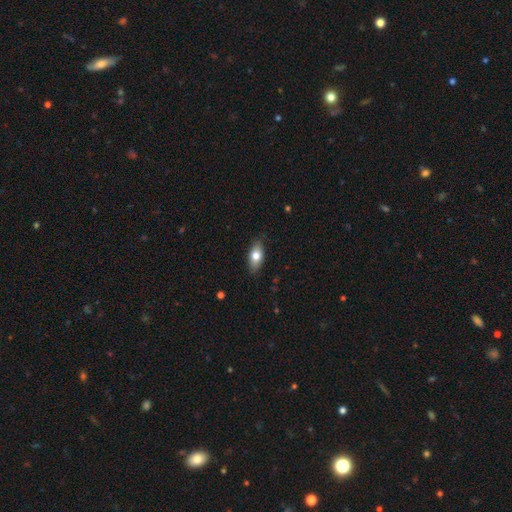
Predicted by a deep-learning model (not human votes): A smooth galaxy with no disk features (75%) that is in between round and cigar-shaped (87%). Merging: none (84%).